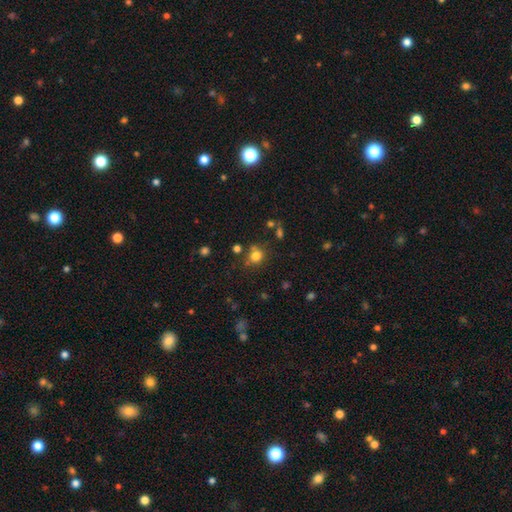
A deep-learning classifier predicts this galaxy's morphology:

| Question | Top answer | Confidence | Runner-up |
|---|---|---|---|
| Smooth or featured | smooth | 78% | star or artifact (15%) |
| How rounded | round | 78% | in between (21%) |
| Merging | none | 66% | minor disturbance (15%) |